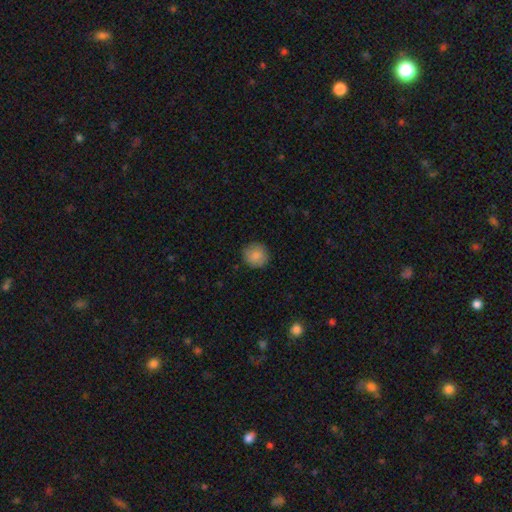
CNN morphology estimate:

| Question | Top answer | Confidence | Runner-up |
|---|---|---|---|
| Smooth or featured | smooth | 85% | star or artifact (8%) |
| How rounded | round | 92% | in between (7%) |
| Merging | none | 89% | minor disturbance (8%) |